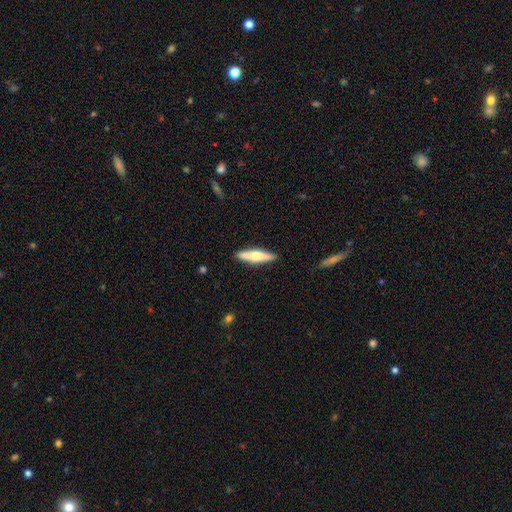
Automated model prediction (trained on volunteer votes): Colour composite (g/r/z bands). It shows a smooth galaxy with no disk features (52%) that is cigar-shaped (81%). Merging: none (90%).